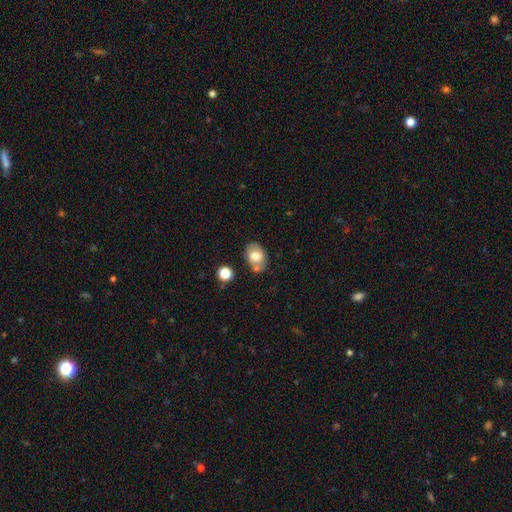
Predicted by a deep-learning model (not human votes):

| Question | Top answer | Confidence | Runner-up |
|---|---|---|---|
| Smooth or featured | smooth | 71% | featured or disk (20%) |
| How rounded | in between | 75% | round (24%) |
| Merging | none | 61% | minor disturbance (17%) |